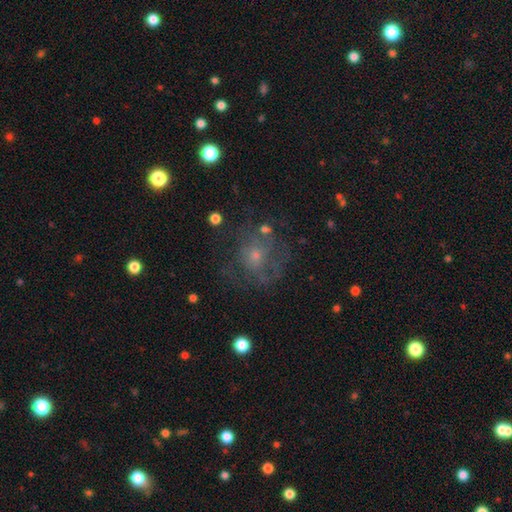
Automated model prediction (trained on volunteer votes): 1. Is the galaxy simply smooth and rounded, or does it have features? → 47% featured or disk, 34% smooth, 19% star or artifact.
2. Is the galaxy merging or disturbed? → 57% none, 21% major disturbance, 19% minor disturbance, 3% merger.